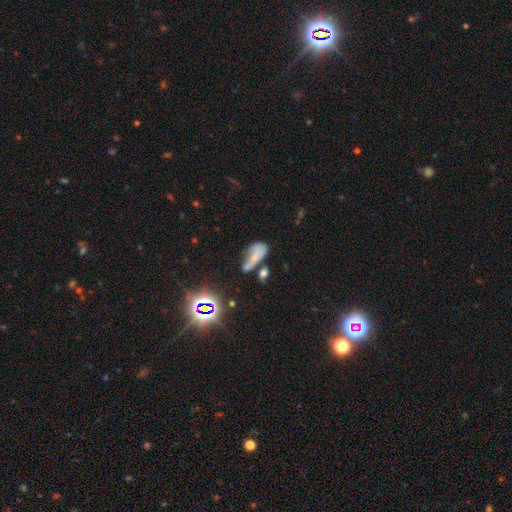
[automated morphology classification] smooth 56%, featured or disk 26%, star or artifact 17%. Down the decision tree: how rounded — in between (79%); merging — merger (32%).